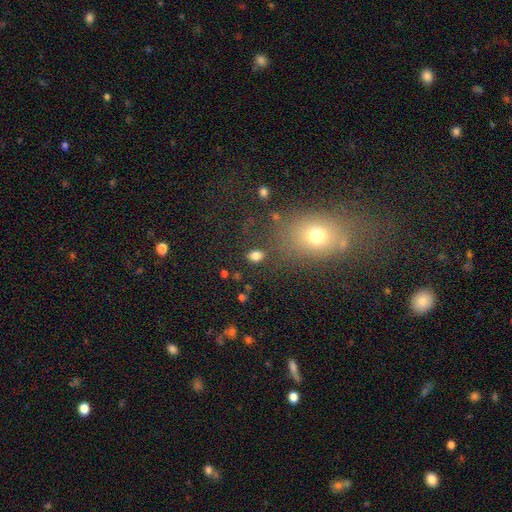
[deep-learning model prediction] smooth-or-featured: smooth: 80% | star or artifact: 14% | featured or disk: 6%
  how-rounded: in between: 61% | round: 37% | cigar-shaped: 2%
  merging: none: 82% | minor disturbance: 10% | major disturbance: 4% | merger: 4%